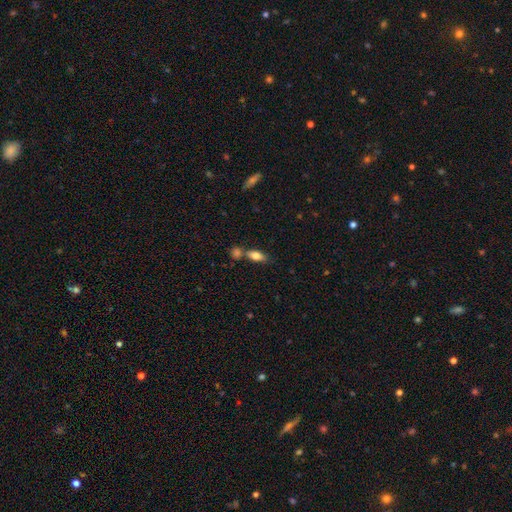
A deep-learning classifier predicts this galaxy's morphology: The model was most divided on "merging": none: 54%, merger: 31%, minor disturbance: 11%, major disturbance: 4%. More confident: how rounded — in between (82%); smooth or featured — smooth (78%).